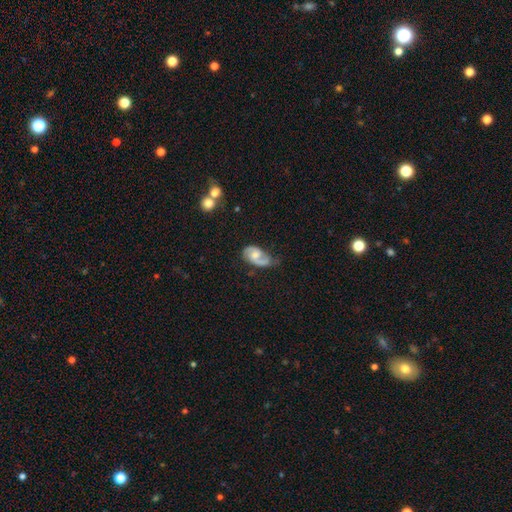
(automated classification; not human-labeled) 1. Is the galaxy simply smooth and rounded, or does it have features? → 78% featured or disk, 17% smooth, 5% star or artifact.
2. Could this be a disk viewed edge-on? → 97% no, 3% yes.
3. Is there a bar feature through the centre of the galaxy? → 56% no, 37% weak, 7% strong.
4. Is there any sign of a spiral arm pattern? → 95% yes, 5% no.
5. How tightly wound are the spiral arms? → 47% medium, 28% loose, 25% tight.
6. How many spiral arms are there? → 80% 2, 12% 1, 5% can't tell, 1% 3, 1% 4, 1% more than 4.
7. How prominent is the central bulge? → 57% moderate, 32% small, 5% large, 5% none, 1% dominant.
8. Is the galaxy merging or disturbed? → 55% none, 30% minor disturbance, 13% major disturbance, 3% merger.